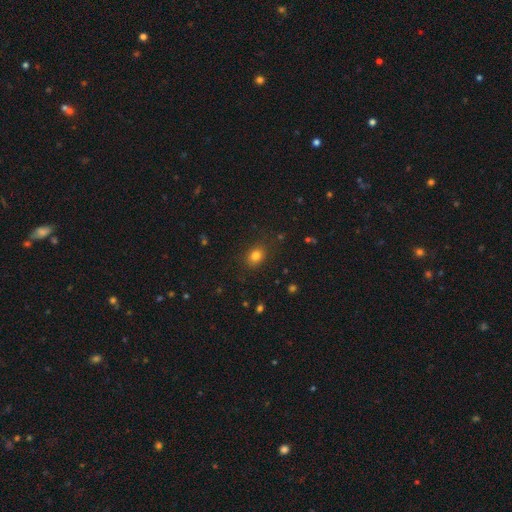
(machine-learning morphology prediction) The model was most divided on "how rounded": in between: 59%, round: 40%, cigar-shaped: 1%. More confident: merging — none (84%); smooth or featured — smooth (81%).